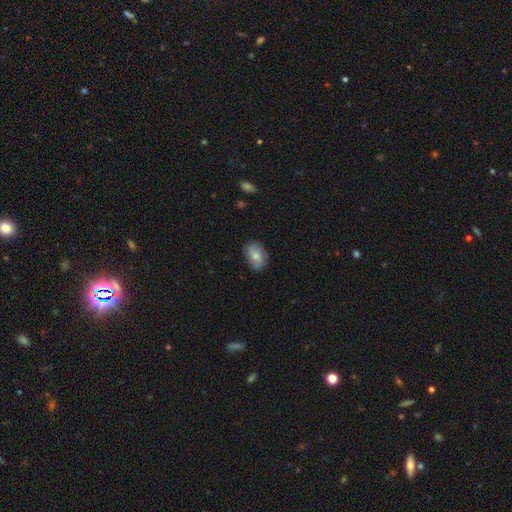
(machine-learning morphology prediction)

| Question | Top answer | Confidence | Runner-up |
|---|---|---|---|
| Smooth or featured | smooth | 67% | featured or disk (26%) |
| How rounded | in between | 83% | round (15%) |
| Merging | none | 78% | minor disturbance (17%) |